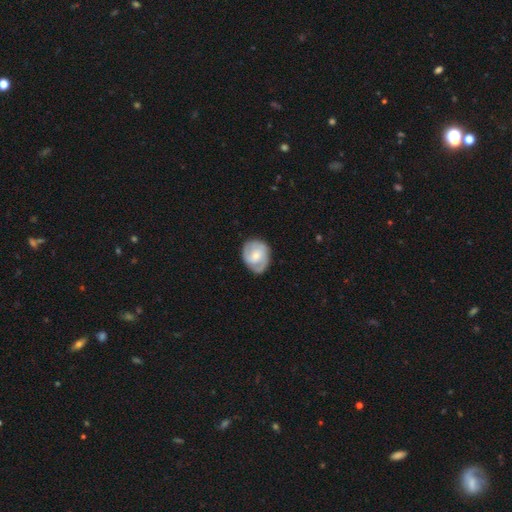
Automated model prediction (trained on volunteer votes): A featured or disk galaxy (65%) with no bar (61%), 2 (52%) tight (47%) spiral arms (89%) and a small central bulge (53%).

Vote fractions:
- Smooth or featured? featured or disk: 65% / smooth: 29% / star or artifact: 6%
- Edge-on disk? no: 97% / yes: 3%
- Bar? no: 61% / weak: 32% / strong: 7%
- Spiral arms? yes: 89% / no: 11%
- Spiral winding? tight: 47% / medium: 40% / loose: 13%
- Spiral arm count? 2: 52% / can't tell: 19% / 3: 18% / 1: 6% / 4: 3% / more than 4: 2%
- Bulge size? small: 53% / moderate: 43% / large: 2% / none: 2% / dominant: 1%
- Merging? none: 72% / minor disturbance: 21% / major disturbance: 6% / merger: 1%